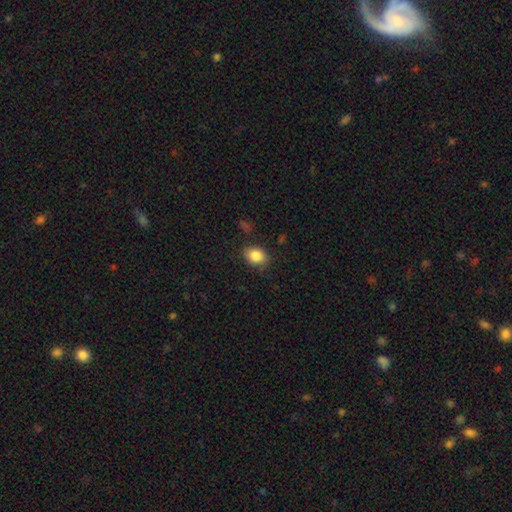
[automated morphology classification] Smooth or featured? smooth (85%)
How rounded? in between (61%)
Merging? none (79%)